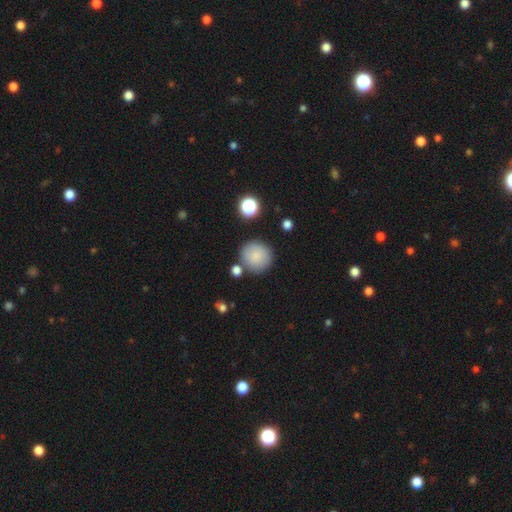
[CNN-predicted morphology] This appears to be a smooth galaxy with no disk features (84%) that is round (94%). Merging: none (80%).